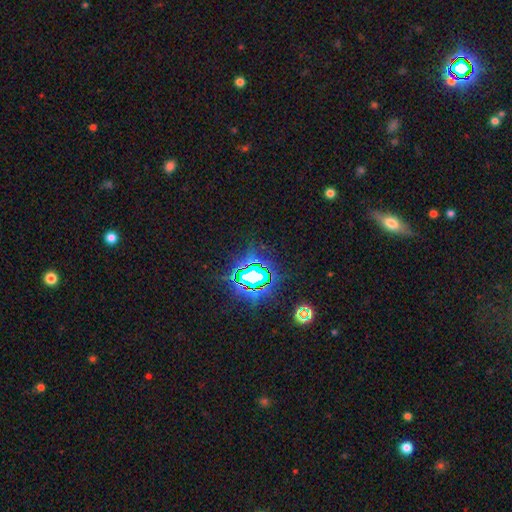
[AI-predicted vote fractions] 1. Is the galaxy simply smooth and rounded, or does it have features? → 77% star or artifact, 14% smooth, 9% featured or disk.